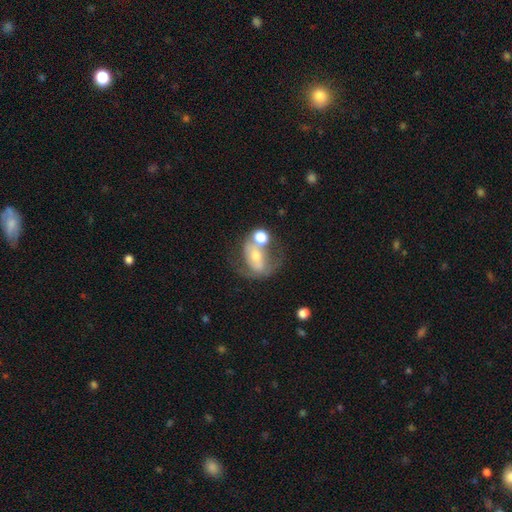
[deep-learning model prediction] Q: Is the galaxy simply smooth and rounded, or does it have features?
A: featured or disk — 57%.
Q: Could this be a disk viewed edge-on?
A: no — 94%.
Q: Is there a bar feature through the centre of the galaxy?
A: no — 44%.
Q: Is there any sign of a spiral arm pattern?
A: yes — 54%.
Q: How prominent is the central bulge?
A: moderate — 52%.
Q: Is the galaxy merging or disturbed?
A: none — 33%.